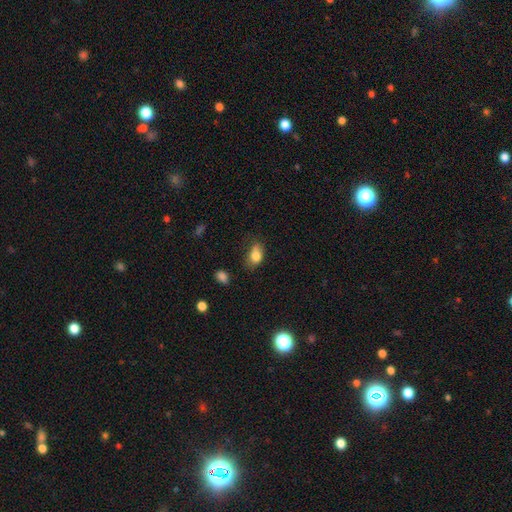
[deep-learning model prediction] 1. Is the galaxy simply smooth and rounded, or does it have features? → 81% smooth, 10% featured or disk, 9% star or artifact.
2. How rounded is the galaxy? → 84% in between, 14% round, 2% cigar-shaped.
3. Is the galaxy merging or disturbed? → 55% none, 32% minor disturbance, 9% major disturbance, 4% merger.